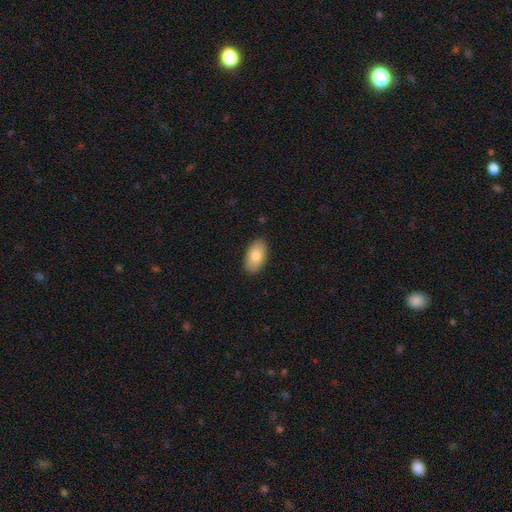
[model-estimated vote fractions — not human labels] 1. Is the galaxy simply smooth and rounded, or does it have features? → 81% smooth, 12% featured or disk, 6% star or artifact.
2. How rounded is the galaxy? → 94% in between, 4% round, 2% cigar-shaped.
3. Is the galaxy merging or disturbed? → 88% none, 9% minor disturbance, 2% major disturbance, 1% merger.